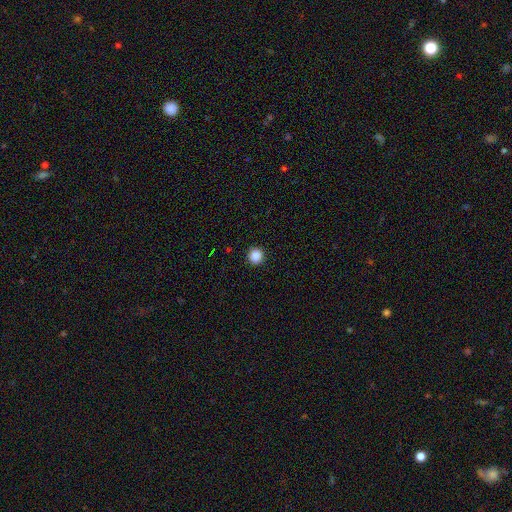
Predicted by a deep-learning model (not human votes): This appears to be a smooth galaxy with no disk features (87%) that is round (95%). Merging: none (93%).